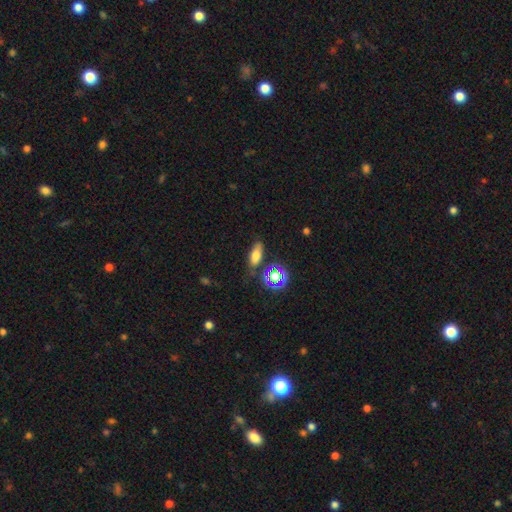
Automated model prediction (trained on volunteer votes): Smooth or featured?
  - smooth: 70% *
  - star or artifact: 19%
  - featured or disk: 11%
How rounded?
  - in between: 73% *
  - cigar-shaped: 18%
  - round: 9%
Merging?
  - none: 72% *
  - minor disturbance: 17%
  - major disturbance: 5%
  - merger: 5%